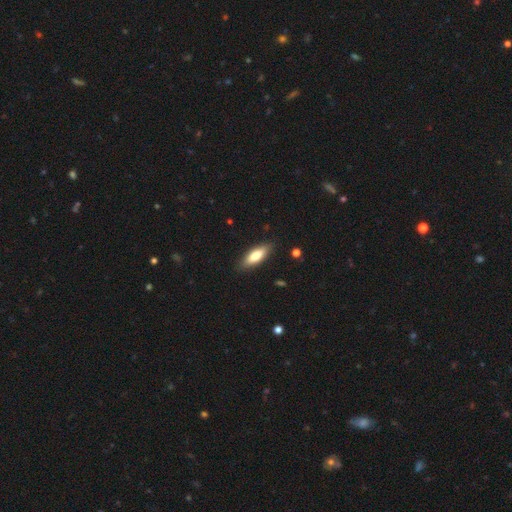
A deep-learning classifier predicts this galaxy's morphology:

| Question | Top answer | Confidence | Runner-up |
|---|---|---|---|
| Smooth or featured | smooth | 76% | featured or disk (19%) |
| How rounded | in between | 62% | cigar-shaped (36%) |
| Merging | none | 87% | minor disturbance (10%) |